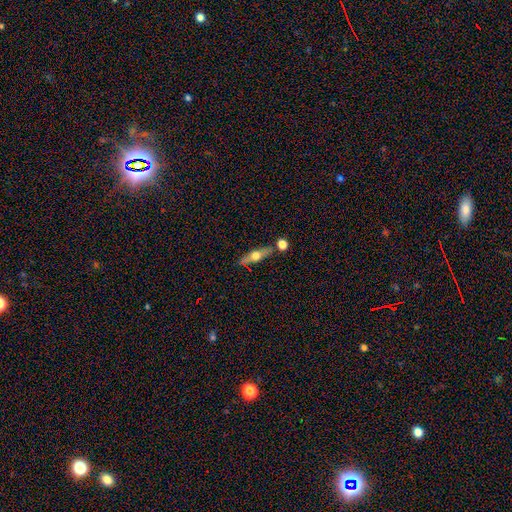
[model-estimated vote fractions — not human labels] Smooth or featured: featured or disk — 49% (smooth — 45%)
Merging: none — 75% (minor disturbance — 12%)